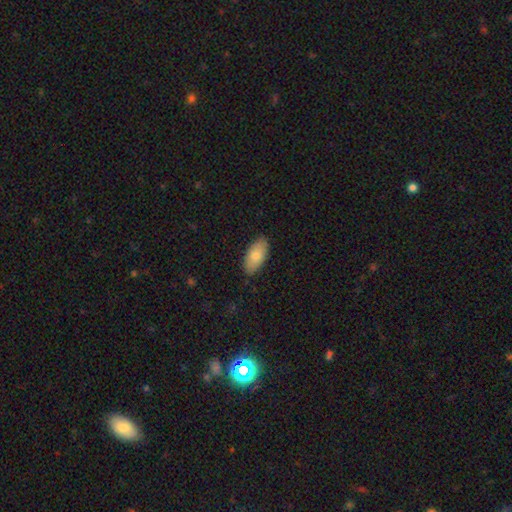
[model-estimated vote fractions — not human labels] Q: Smooth or featured?
A: smooth (76%); runner-up: featured or disk (17%)
Q: How rounded?
A: in between (92%); runner-up: cigar-shaped (5%)
Q: Merging?
A: none (86%); runner-up: minor disturbance (11%)